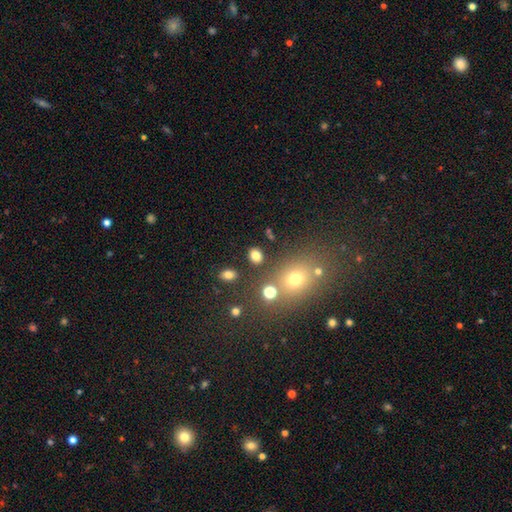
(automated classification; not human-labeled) Smooth or featured?
  - smooth: 79% *
  - star or artifact: 15%
  - featured or disk: 7%
How rounded?
  - in between: 61% *
  - round: 37%
  - cigar-shaped: 2%
Merging?
  - none: 81% *
  - minor disturbance: 9%
  - merger: 6%
  - major disturbance: 4%